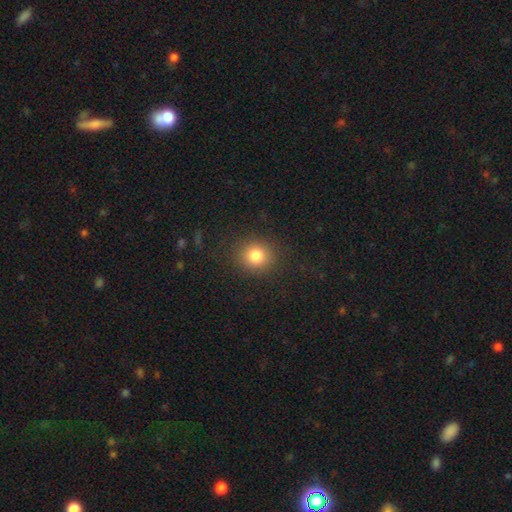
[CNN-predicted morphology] Smooth or featured? Predicted: smooth (p=0.82). How rounded? Predicted: round (p=0.84). Merging? Predicted: none (p=0.88).